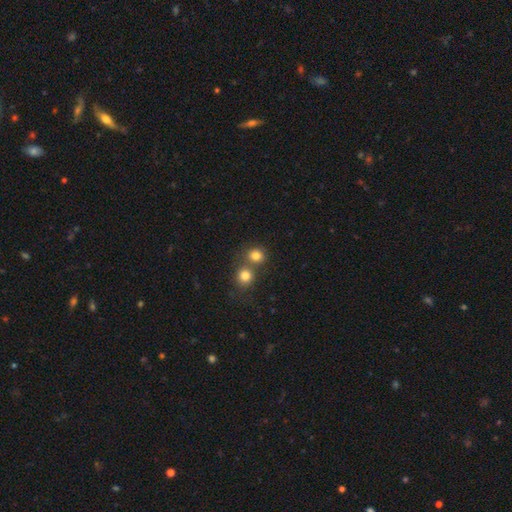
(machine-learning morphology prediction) This is clearly a smooth galaxy (80%). How rounded: clearly round (80%). Merging: possibly none (51%).